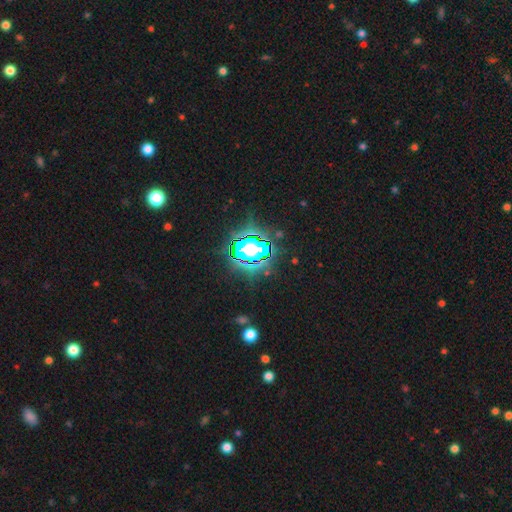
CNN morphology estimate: smooth_or_featured: star or artifact (p=0.82) [alt: smooth p=0.10]